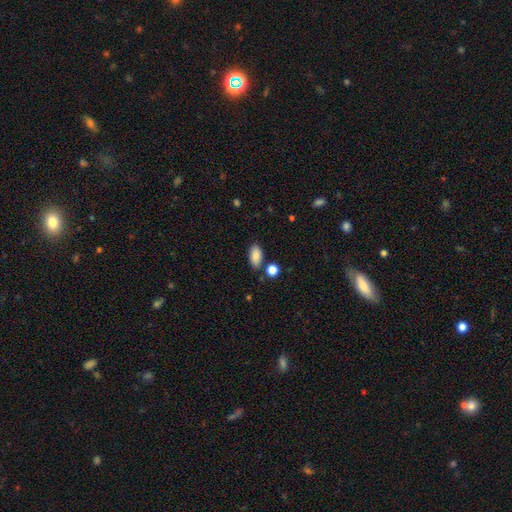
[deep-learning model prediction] The model was most divided on "merging": none: 79%, minor disturbance: 11%, merger: 7%, major disturbance: 3%. More confident: how rounded — in between (92%); smooth or featured — smooth (86%).